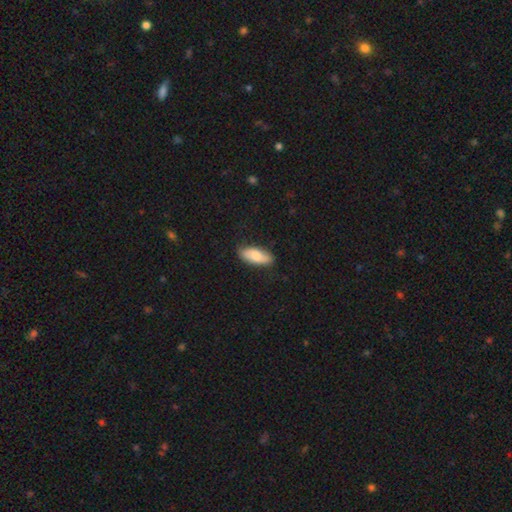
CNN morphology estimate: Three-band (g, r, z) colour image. It shows a smooth galaxy with no disk features (76%) that is in between round and cigar-shaped (82%). Merging: none (83%).